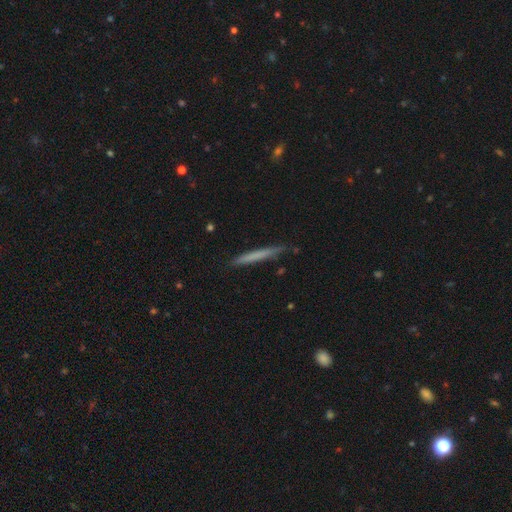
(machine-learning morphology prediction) A smooth galaxy with no disk features (64%) that is cigar-shaped (97%).

Vote fractions:
- Smooth or featured? smooth: 64% / featured or disk: 30% / star or artifact: 6%
- How rounded? cigar-shaped: 97% / in between: 2% / round: 1%
- Merging? none: 85% / minor disturbance: 12% / major disturbance: 2% / merger: 2%